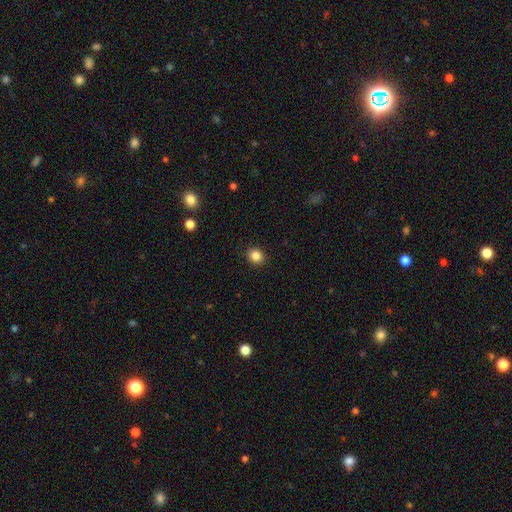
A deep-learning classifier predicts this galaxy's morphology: This is clearly a smooth galaxy (85%). How rounded: clearly round (82%). Merging: clearly none (92%).